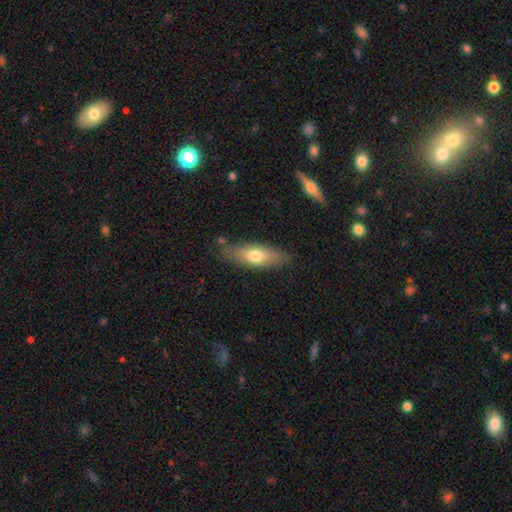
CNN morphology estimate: Overall: smooth (67%). How rounded: in between (57%; cigar-shaped 40%). Merging: none (78%).